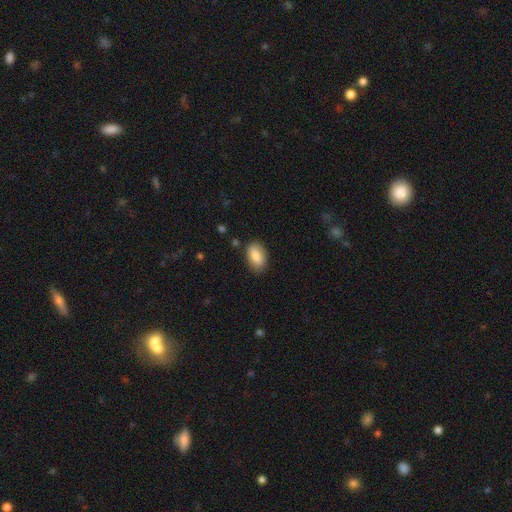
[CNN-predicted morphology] Q: Smooth or featured?
A: smooth (83%); runner-up: featured or disk (11%)
Q: How rounded?
A: in between (91%); runner-up: round (6%)
Q: Merging?
A: none (82%); runner-up: minor disturbance (14%)